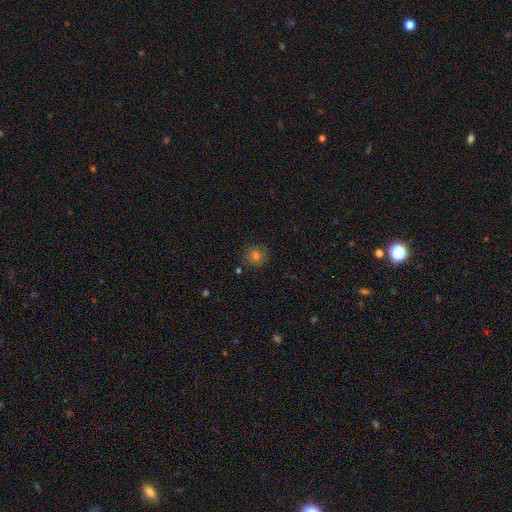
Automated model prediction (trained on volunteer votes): The model was most divided on "smooth or featured": smooth: 73%, star or artifact: 17%, featured or disk: 10%. More confident: how rounded — round (88%); merging — none (85%).